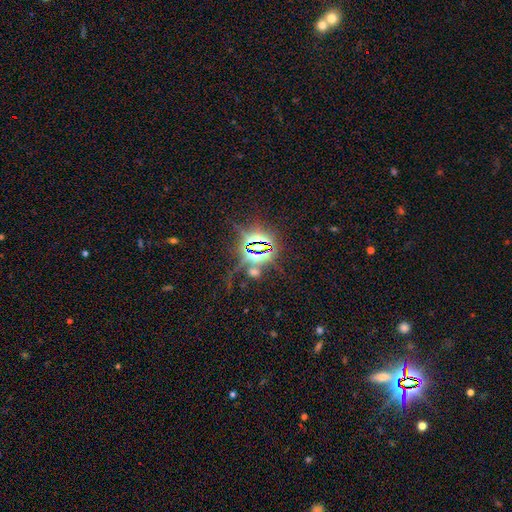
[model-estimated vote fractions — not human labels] smooth-or-featured: star or artifact: 86% | smooth: 8% | featured or disk: 7%